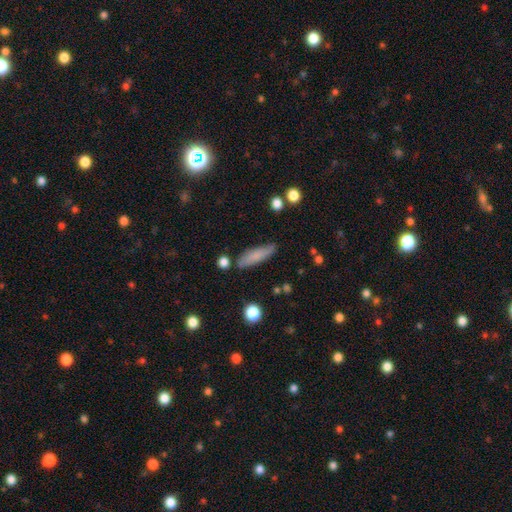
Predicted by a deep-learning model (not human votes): The model was most divided on "how rounded": cigar-shaped: 70%, in between: 28%, round: 2%. More confident: merging — none (78%); smooth or featured — smooth (76%).